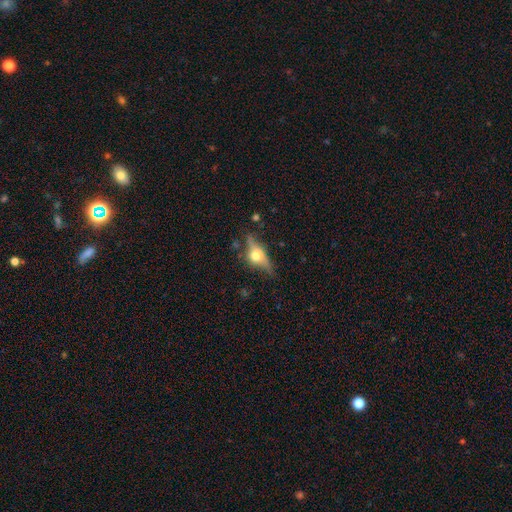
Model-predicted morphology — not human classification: The model was most divided on "smooth or featured": featured or disk: 59%, smooth: 31%, star or artifact: 9%. More confident: edge-on disk — yes (84%); merging — none (65%).